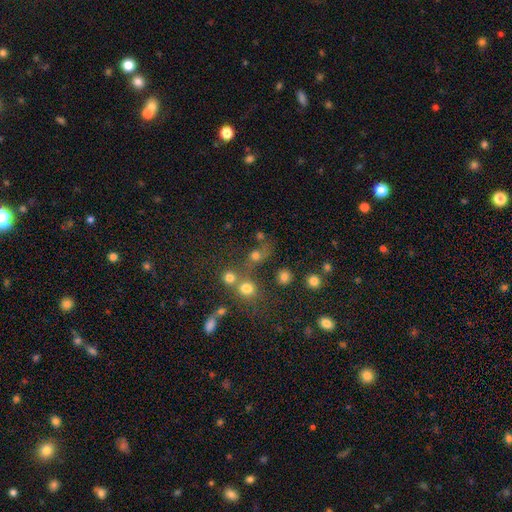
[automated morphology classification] smooth 63%, star or artifact 24%, featured or disk 13%. Down the decision tree: how rounded — round (74%); merging — none (50%).